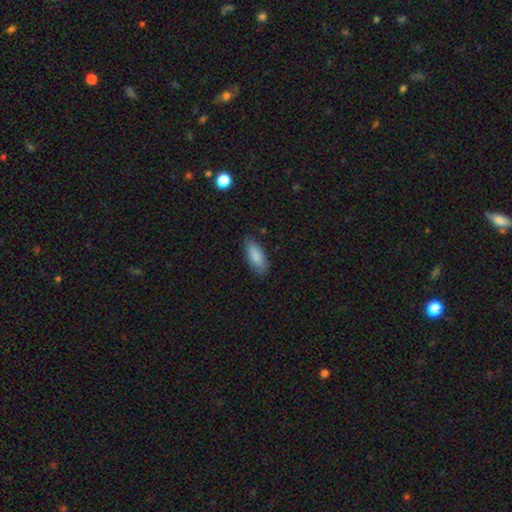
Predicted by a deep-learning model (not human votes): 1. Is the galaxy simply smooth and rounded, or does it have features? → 88% smooth, 6% featured or disk, 6% star or artifact.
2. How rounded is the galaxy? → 76% in between, 22% cigar-shaped, 2% round.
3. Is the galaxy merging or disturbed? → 80% none, 16% minor disturbance, 3% major disturbance, 1% merger.